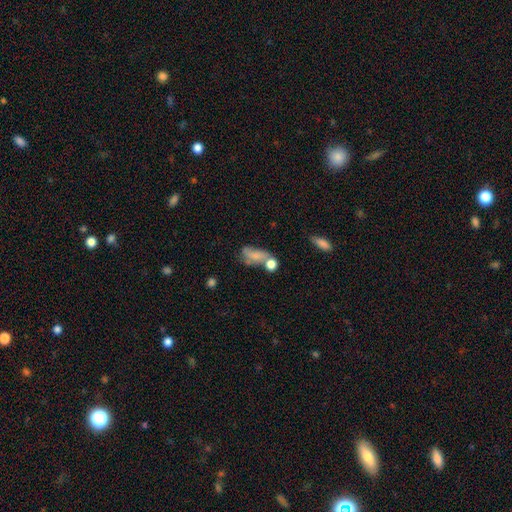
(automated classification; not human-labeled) A smooth galaxy with no disk features (63%) that is in between round and cigar-shaped (78%). Merging: merger (32%).